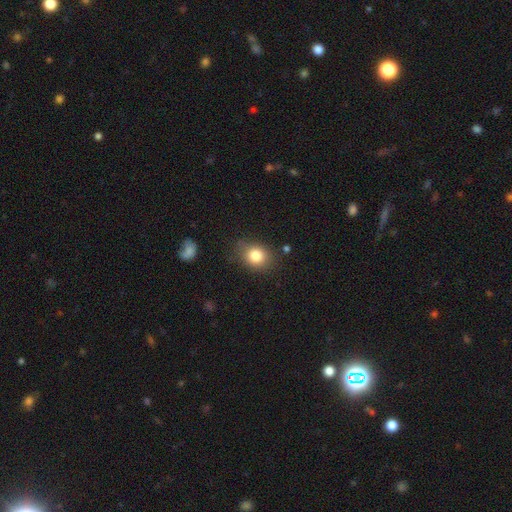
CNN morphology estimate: Smooth or featured: smooth — 81% (star or artifact — 10%)
How rounded: round — 54% (in between — 45%)
Merging: none — 77% (minor disturbance — 16%)